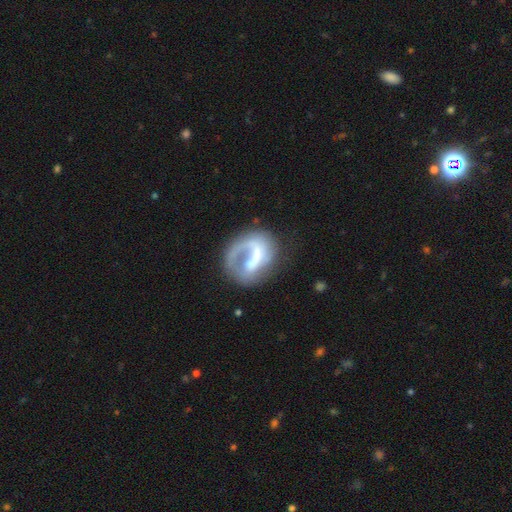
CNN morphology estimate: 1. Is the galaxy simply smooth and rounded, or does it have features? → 66% featured or disk, 26% smooth, 7% star or artifact.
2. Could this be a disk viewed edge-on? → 98% no, 2% yes.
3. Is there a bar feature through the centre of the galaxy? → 44% no, 38% weak, 18% strong.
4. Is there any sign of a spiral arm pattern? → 71% yes, 29% no.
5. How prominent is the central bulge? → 36% none, 27% moderate, 23% small, 11% large, 3% dominant.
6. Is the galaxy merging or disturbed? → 46% none, 32% major disturbance, 16% minor disturbance, 6% merger.